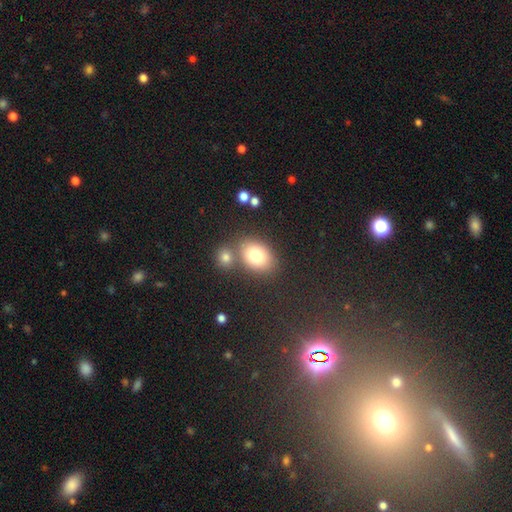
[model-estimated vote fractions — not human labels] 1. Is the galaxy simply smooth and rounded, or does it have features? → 80% smooth, 10% star or artifact, 10% featured or disk.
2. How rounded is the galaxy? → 70% in between, 29% round, 1% cigar-shaped.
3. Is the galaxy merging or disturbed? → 63% none, 22% merger, 11% minor disturbance, 4% major disturbance.